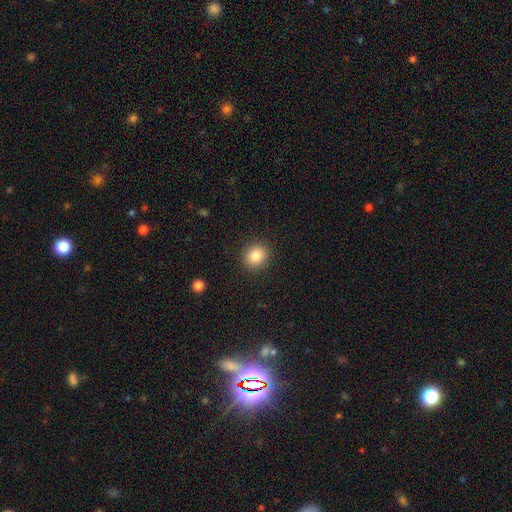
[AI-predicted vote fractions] A smooth galaxy with no disk features (85%) that is round (72%).

Vote fractions:
- Smooth or featured? smooth: 85% / star or artifact: 10% / featured or disk: 5%
- How rounded? round: 72% / in between: 27% / cigar-shaped: 1%
- Merging? none: 90% / minor disturbance: 7% / major disturbance: 2% / merger: 1%